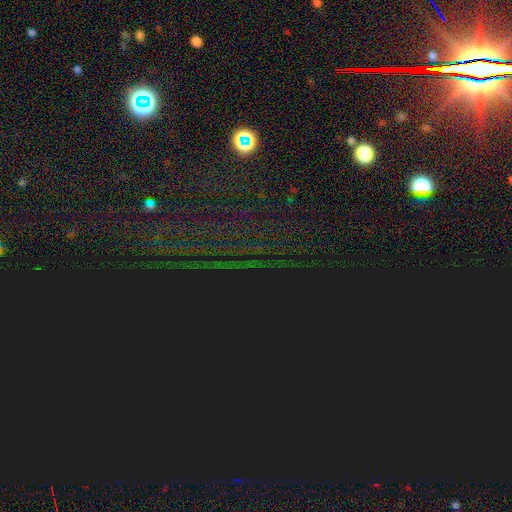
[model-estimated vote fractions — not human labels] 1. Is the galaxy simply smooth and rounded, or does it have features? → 83% star or artifact, 10% smooth, 7% featured or disk.